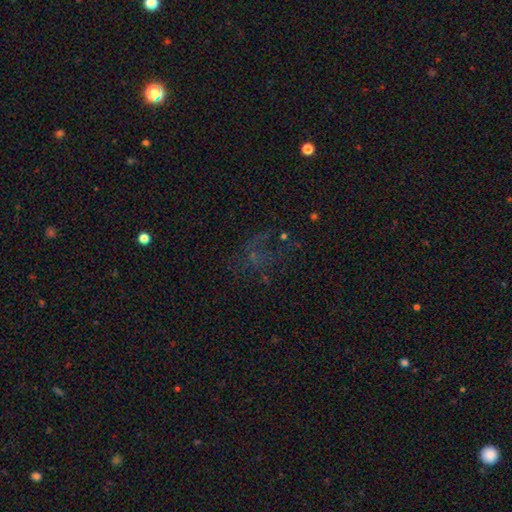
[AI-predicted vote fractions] Smooth or featured: star or artifact — 42% (featured or disk — 30%)